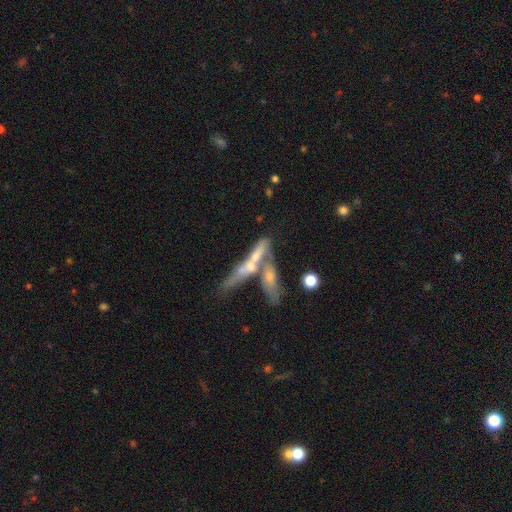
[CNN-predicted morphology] type=featured or disk (50%); edge-on=yes (56%); merging=merger (62%).